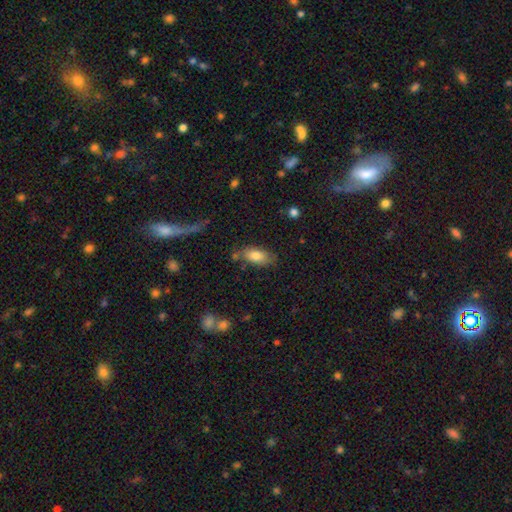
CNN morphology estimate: Smooth or featured: smooth — 80% (featured or disk — 13%)
How rounded: in between — 85% (cigar-shaped — 12%)
Merging: none — 71% (minor disturbance — 18%)